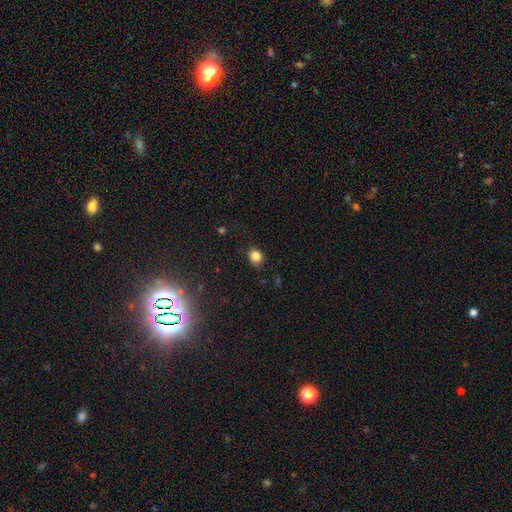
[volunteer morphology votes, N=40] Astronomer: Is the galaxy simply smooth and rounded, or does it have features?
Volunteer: smooth — 80%.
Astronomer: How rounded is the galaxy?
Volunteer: round — 66%.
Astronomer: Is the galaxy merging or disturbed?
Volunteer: none — 77%.